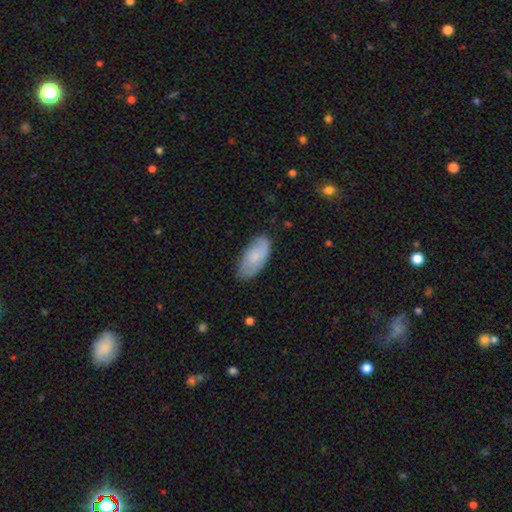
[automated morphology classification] A smooth galaxy with no disk features (68%) that is in between round and cigar-shaped (91%).

Vote fractions:
- Smooth or featured? smooth: 68% / featured or disk: 25% / star or artifact: 6%
- How rounded? in between: 91% / cigar-shaped: 7% / round: 2%
- Merging? none: 74% / minor disturbance: 21% / major disturbance: 4% / merger: 1%